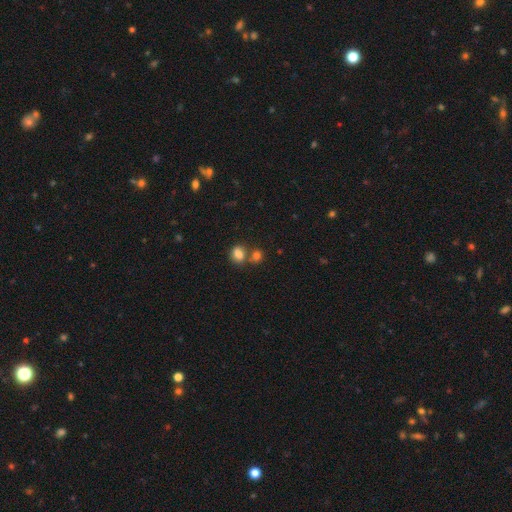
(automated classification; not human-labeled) Smooth or featured: smooth — 72% (star or artifact — 20%)
How rounded: round — 70% (in between — 29%)
Merging: none — 54% (merger — 35%)